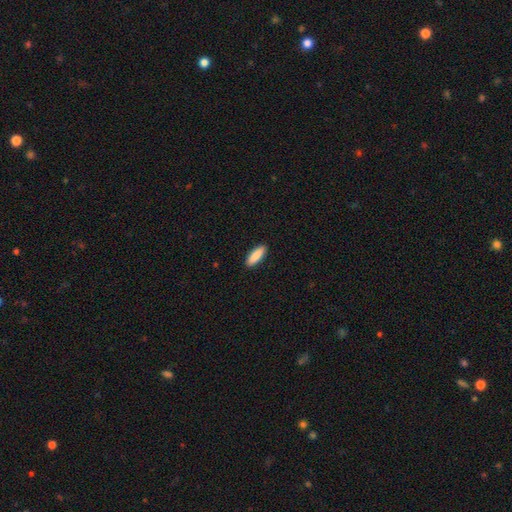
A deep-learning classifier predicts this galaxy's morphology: The model was most divided on "how rounded": in between: 55%, cigar-shaped: 44%, round: 2%. More confident: merging — none (91%); smooth or featured — smooth (88%).